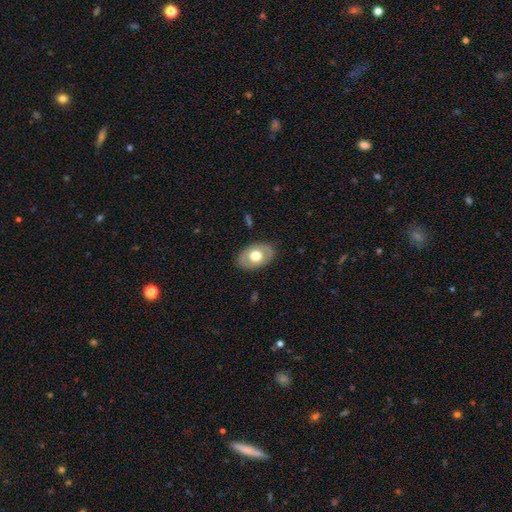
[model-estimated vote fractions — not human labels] smooth 59%, featured or disk 35%, star or artifact 6%. Down the decision tree: how rounded — in between (84%); merging — none (82%).